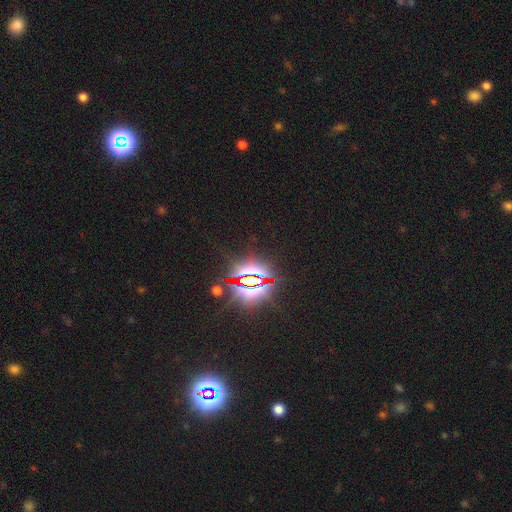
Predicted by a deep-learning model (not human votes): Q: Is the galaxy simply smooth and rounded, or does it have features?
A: star or artifact — 84%.